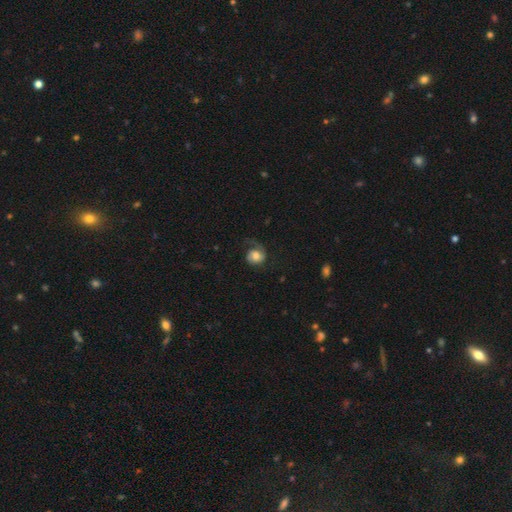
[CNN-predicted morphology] type=smooth (46%); merging=none (47%).